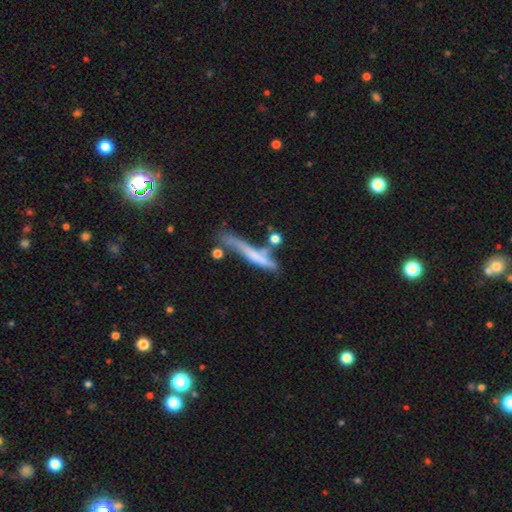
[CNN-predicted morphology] smooth-or-featured: smooth: 50% | featured or disk: 41% | star or artifact: 9%
  how-rounded: cigar-shaped: 91% | in between: 7% | round: 3%
  merging: none: 43% | minor disturbance: 24% | merger: 19% | major disturbance: 15%